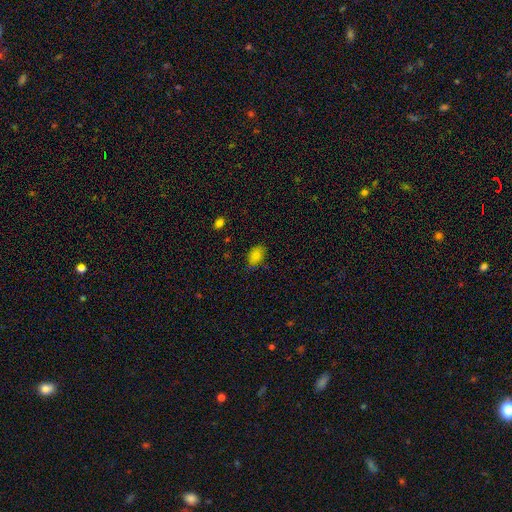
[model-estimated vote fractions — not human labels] Smooth or featured? Predicted: smooth (p=0.85). How rounded? Predicted: in between (p=0.90). Merging? Predicted: none (p=0.77).